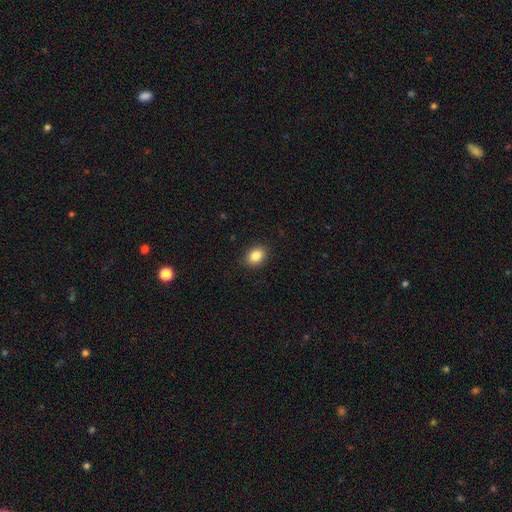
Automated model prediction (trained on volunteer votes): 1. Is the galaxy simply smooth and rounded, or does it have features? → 87% smooth, 8% star or artifact, 4% featured or disk.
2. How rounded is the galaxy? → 66% in between, 33% round, 1% cigar-shaped.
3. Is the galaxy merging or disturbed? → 88% none, 9% minor disturbance, 2% major disturbance, 1% merger.